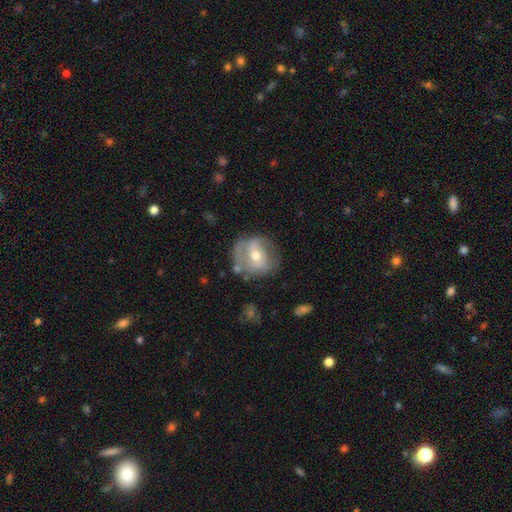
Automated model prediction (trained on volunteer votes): Overall: featured or disk (64%; smooth 29%). Edge-on disk: no (96%). Bar: weak (39%; no 36%). Spiral arms: yes (70%; no 30%). Bulge size: moderate (59%; small 36%). Merging: none (62%).